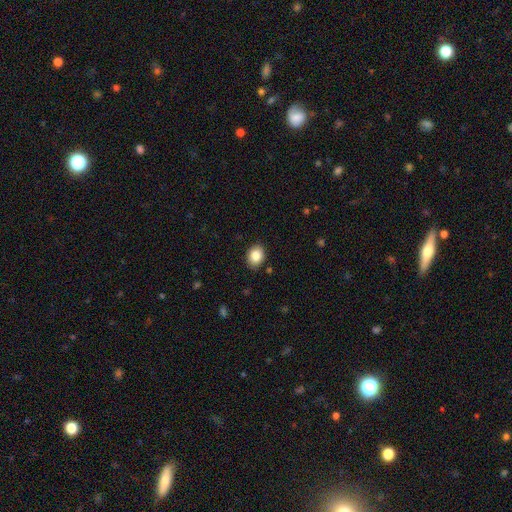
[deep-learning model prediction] This appears to be a smooth galaxy with no disk features (85%) that is in between round and cigar-shaped (60%). Merging: none (87%).